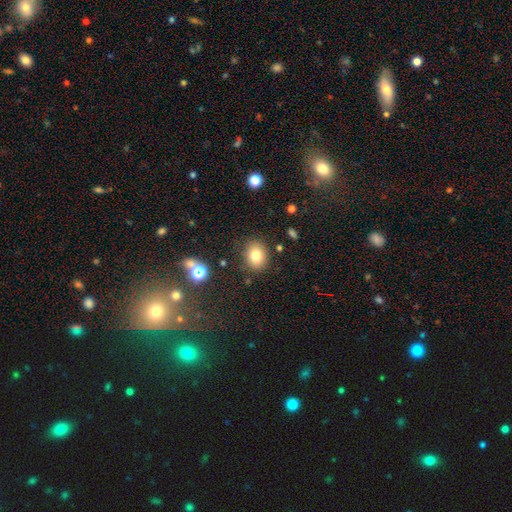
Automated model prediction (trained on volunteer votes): Smooth or featured?
  - smooth: 79% *
  - star or artifact: 12%
  - featured or disk: 10%
How rounded?
  - in between: 50% *
  - round: 49%
  - cigar-shaped: 1%
Merging?
  - none: 84% *
  - minor disturbance: 10%
  - major disturbance: 3%
  - merger: 3%